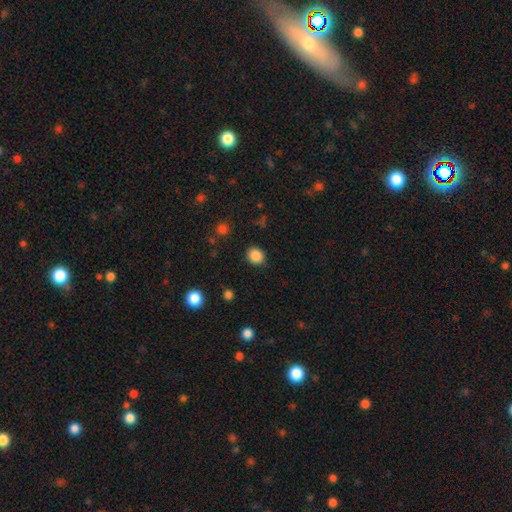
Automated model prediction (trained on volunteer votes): This is clearly a smooth galaxy (86%). How rounded: likely round (75%). Merging: clearly none (86%).